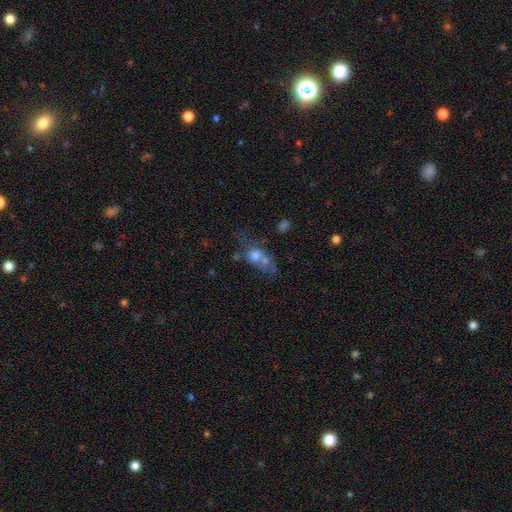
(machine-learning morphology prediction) This appears to be a smooth galaxy with no disk features (55%) that is in between round and cigar-shaped (53%). Merging: merger (42%).